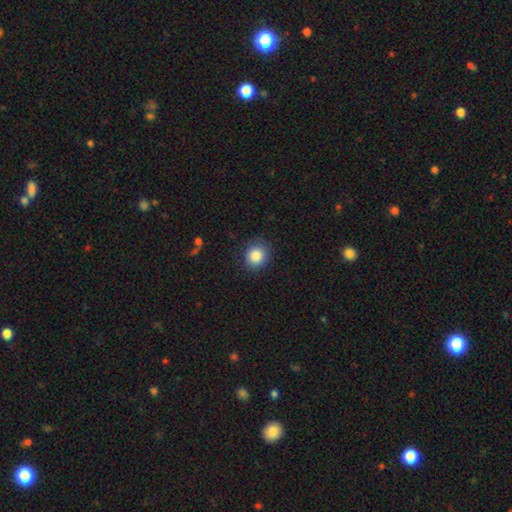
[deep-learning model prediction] Smooth or featured? smooth (86%)
How rounded? round (83%)
Merging? none (85%)